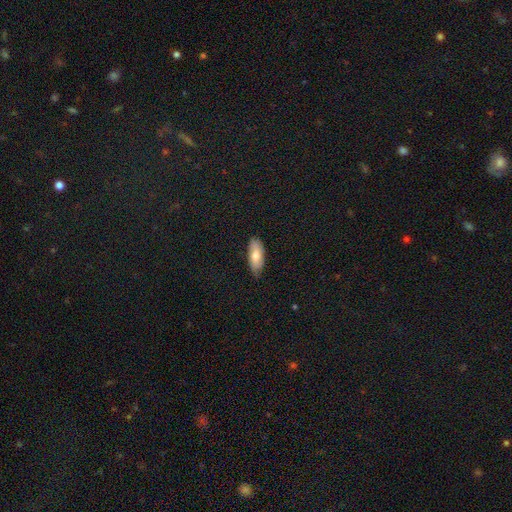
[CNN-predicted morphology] Overall: smooth (71%). How rounded: in between (83%). Merging: none (79%).